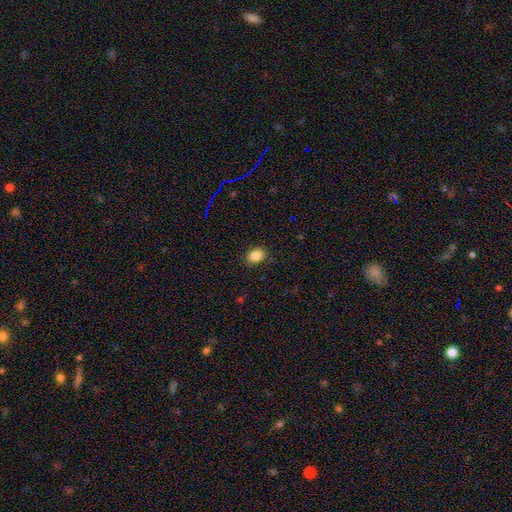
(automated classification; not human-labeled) Smooth or featured? Predicted: smooth (p=0.85). How rounded? Predicted: in between (p=0.60). Merging? Predicted: none (p=0.88).